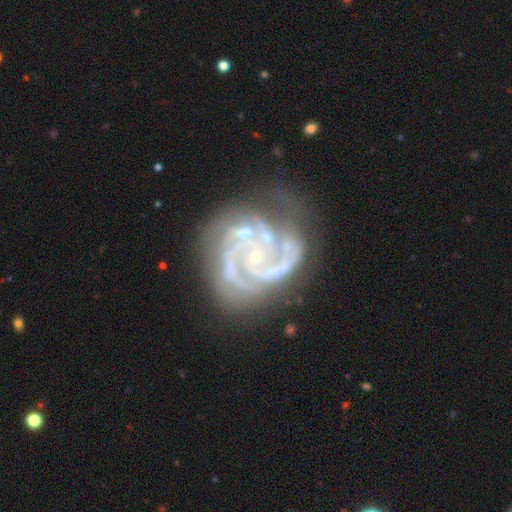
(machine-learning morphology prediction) Overall: featured or disk (91%). Edge-on disk: no (98%). Bar: no (70%). Spiral arms: yes (98%). Spiral arm count: 3 (49%; 4 19%). Spiral winding: tight (58%; medium 37%). Bulge size: small (82%). Merging: none (56%; minor disturbance 24%).